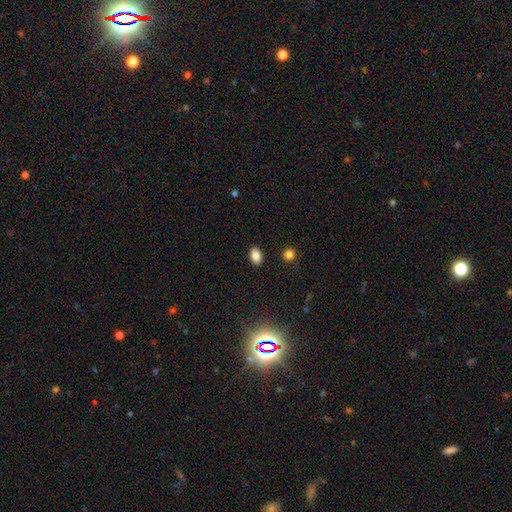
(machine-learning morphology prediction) This appears to be a smooth galaxy with no disk features (85%) that is in between round and cigar-shaped (88%). Merging: none (89%).